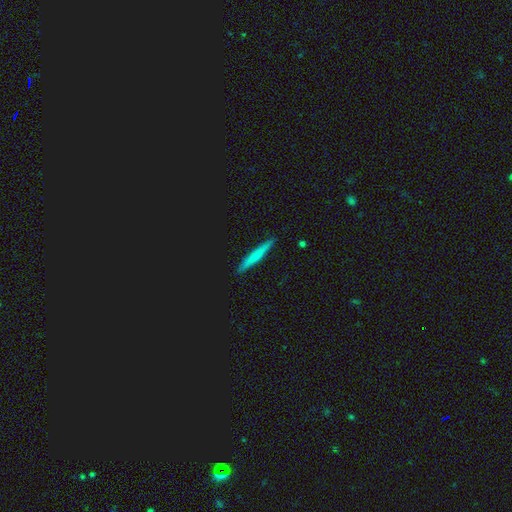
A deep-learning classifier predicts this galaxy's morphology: Smooth or featured? smooth (62%)
How rounded? cigar-shaped (95%)
Merging? none (91%)